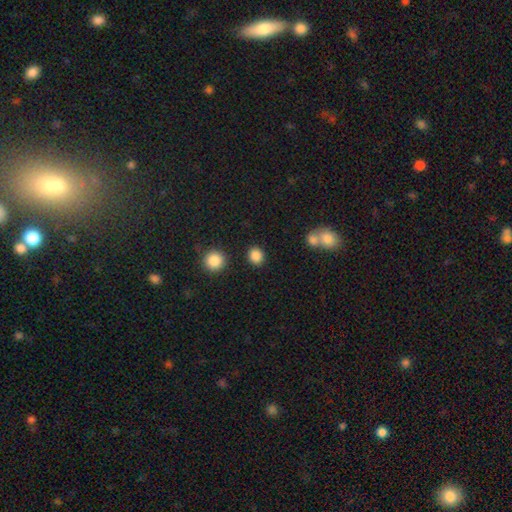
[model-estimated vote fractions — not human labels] A smooth galaxy with no disk features (85%) that is round (76%). Merging: none (84%).